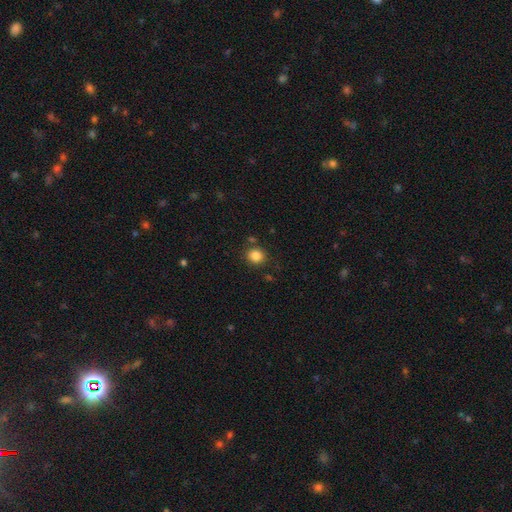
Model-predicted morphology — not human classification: Smooth or featured: smooth — 85% (star or artifact — 11%)
How rounded: round — 83% (in between — 16%)
Merging: none — 84% (minor disturbance — 9%)